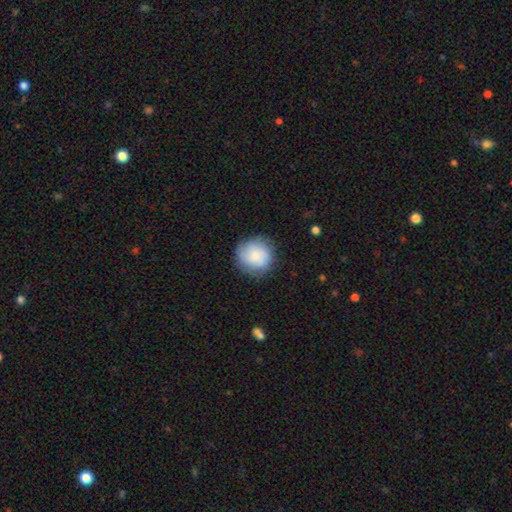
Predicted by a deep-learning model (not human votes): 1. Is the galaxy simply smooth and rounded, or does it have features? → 70% smooth, 22% featured or disk, 8% star or artifact.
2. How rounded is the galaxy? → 91% round, 8% in between, 1% cigar-shaped.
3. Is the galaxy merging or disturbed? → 77% none, 16% minor disturbance, 5% major disturbance, 2% merger.